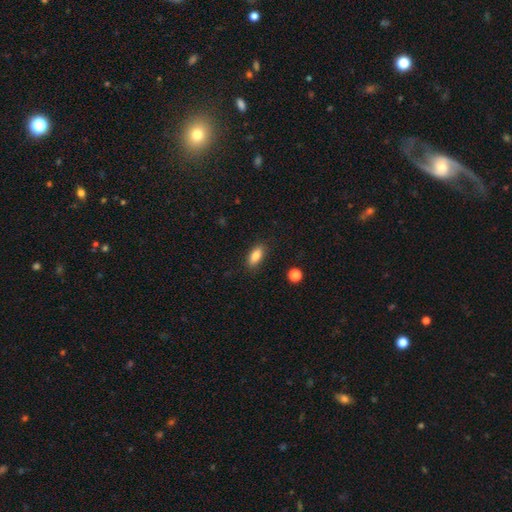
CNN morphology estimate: Smooth or featured? Predicted: smooth (p=0.83). How rounded? Predicted: in between (p=0.81). Merging? Predicted: none (p=0.86).